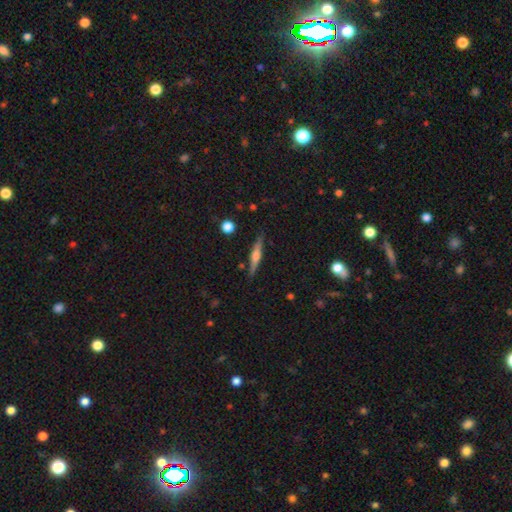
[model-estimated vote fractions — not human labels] A featured or disk galaxy (65%) viewed edge-on (97%) with a rounded central bulge (82%).

Vote fractions:
- Smooth or featured? featured or disk: 65% / smooth: 28% / star or artifact: 7%
- Edge-on disk? yes: 97% / no: 3%
- Edge-on bulge? rounded: 82% / boxy: 12% / none: 6%
- Merging? none: 87% / minor disturbance: 10% / major disturbance: 2% / merger: 2%